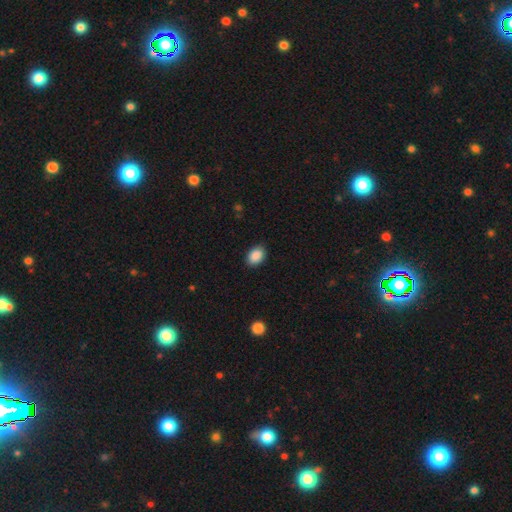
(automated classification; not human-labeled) Smooth or featured? smooth (89%)
How rounded? in between (81%)
Merging? none (87%)